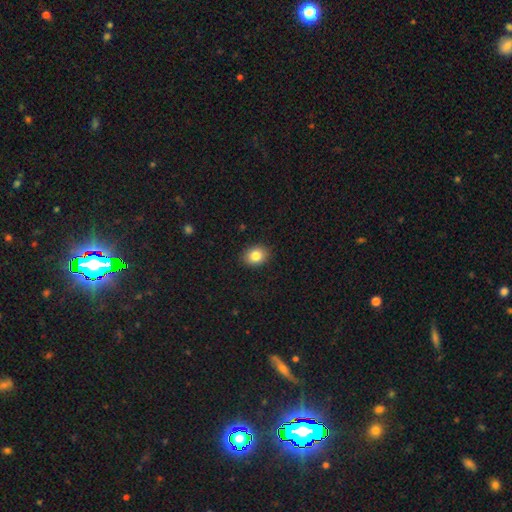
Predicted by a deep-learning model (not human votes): Smooth or featured? Predicted: smooth (p=0.84). How rounded? Predicted: in between (p=0.50, tied with round). Merging? Predicted: none (p=0.88).